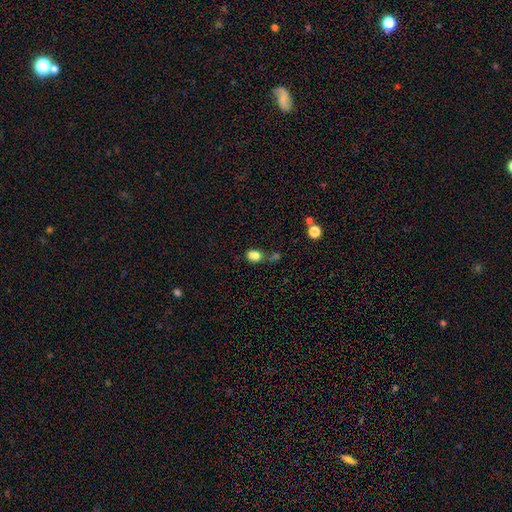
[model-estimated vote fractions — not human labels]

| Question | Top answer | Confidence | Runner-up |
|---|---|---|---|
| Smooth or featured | smooth | 79% | star or artifact (12%) |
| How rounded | in between | 62% | round (36%) |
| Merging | none | 35% | merger (30%) |